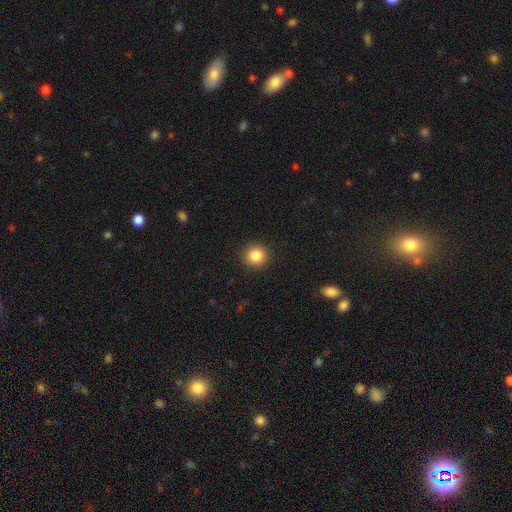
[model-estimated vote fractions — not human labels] This appears to be a smooth galaxy with no disk features (86%) that is round (93%). Merging: none (92%).